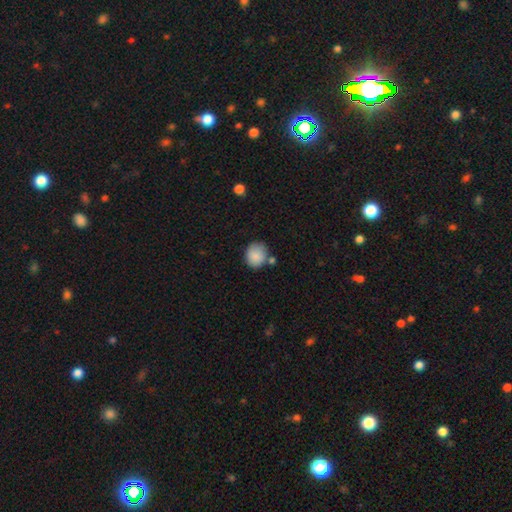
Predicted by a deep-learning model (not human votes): smooth 88%, star or artifact 7%, featured or disk 5%. Down the decision tree: how rounded — round (82%); merging — none (68%).